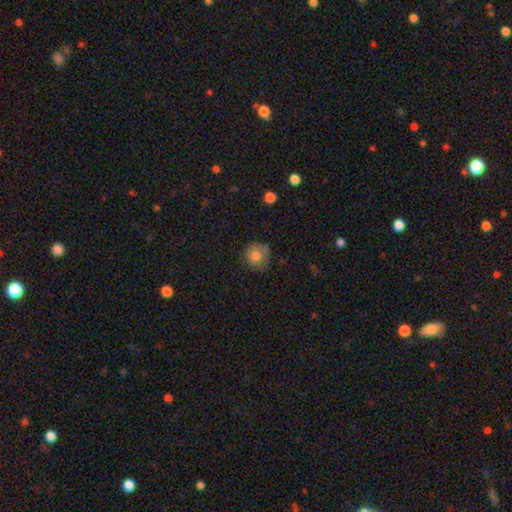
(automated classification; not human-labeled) A smooth galaxy with no disk features (80%) that is round (87%).

Vote fractions:
- Smooth or featured? smooth: 80% / featured or disk: 11% / star or artifact: 9%
- How rounded? round: 87% / in between: 12% / cigar-shaped: 1%
- Merging? none: 66% / minor disturbance: 24% / major disturbance: 8% / merger: 2%